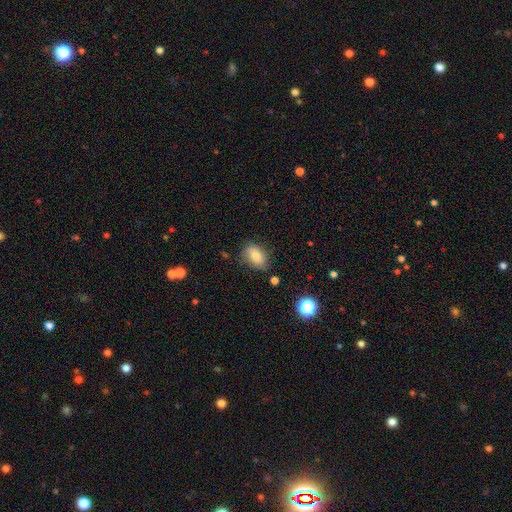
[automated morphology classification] Smooth or featured: smooth — 77% (featured or disk — 13%)
How rounded: in between — 82% (round — 16%)
Merging: none — 76% (minor disturbance — 18%)